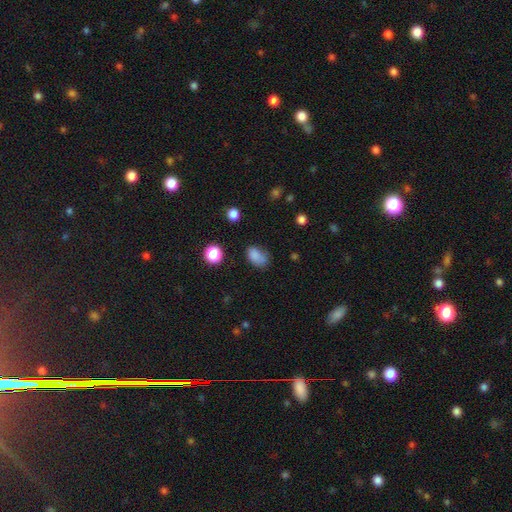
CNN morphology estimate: type=smooth (81%); roundness=in between (83%); merging=none (54%).